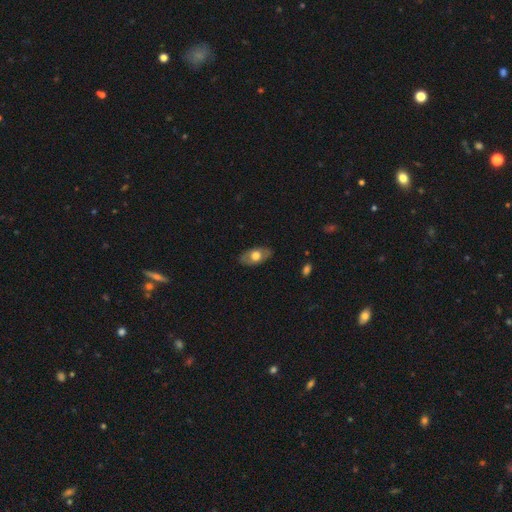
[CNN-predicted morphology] Smooth or featured: smooth — 56% (featured or disk — 37%)
How rounded: in between — 90% (round — 7%)
Merging: none — 81% (minor disturbance — 15%)